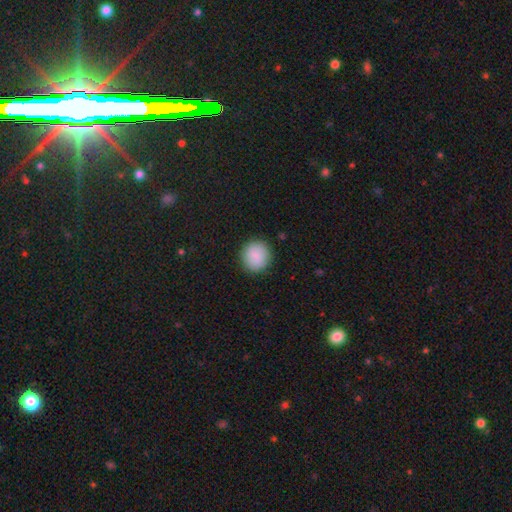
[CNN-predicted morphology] This is clearly a smooth galaxy (88%). How rounded: clearly round (89%). Merging: clearly none (90%).